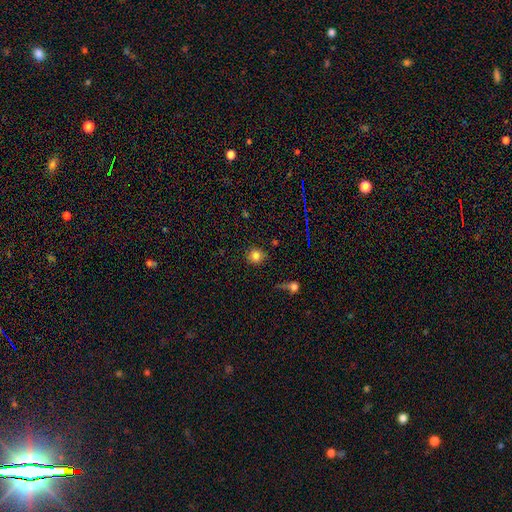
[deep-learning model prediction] A smooth galaxy with no disk features (81%) that is round (86%). Merging: none (79%).